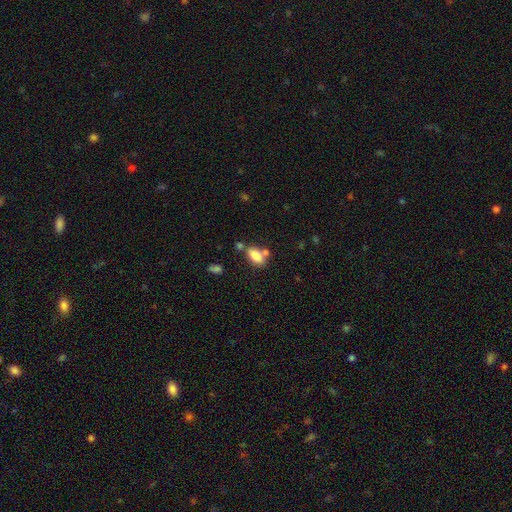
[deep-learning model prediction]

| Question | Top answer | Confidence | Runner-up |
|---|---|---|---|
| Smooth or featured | smooth | 81% | featured or disk (11%) |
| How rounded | in between | 88% | cigar-shaped (7%) |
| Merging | none | 56% | merger (24%) |